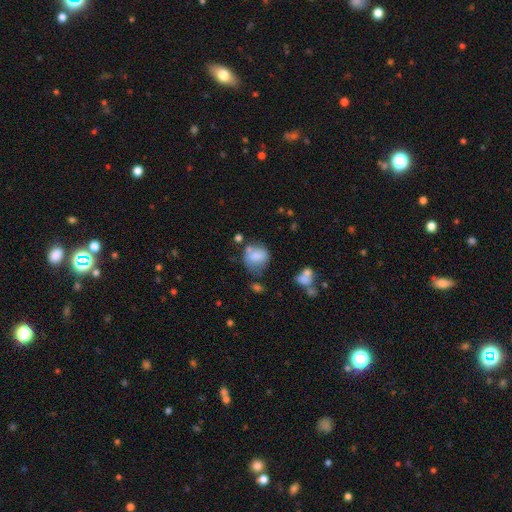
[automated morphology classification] A smooth galaxy with no disk features (73%) that is round (67%). Merging: none (48%).